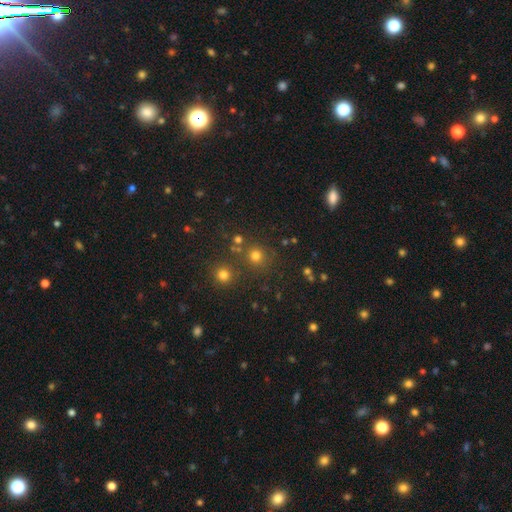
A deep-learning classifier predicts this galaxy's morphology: A smooth galaxy with no disk features (68%) that is round (90%).

Vote fractions:
- Smooth or featured? smooth: 68% / star or artifact: 25% / featured or disk: 7%
- How rounded? round: 90% / in between: 9% / cigar-shaped: 1%
- Merging? none: 78% / merger: 11% / minor disturbance: 8% / major disturbance: 3%